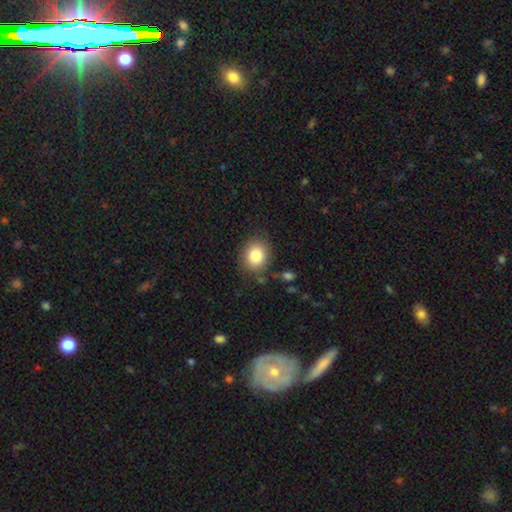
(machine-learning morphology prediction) smooth_or_featured: smooth (p=0.82) [alt: star or artifact p=0.10]
how_rounded: round (p=0.67) [alt: in between p=0.32]
merging: none (p=0.81) [alt: minor disturbance p=0.12]